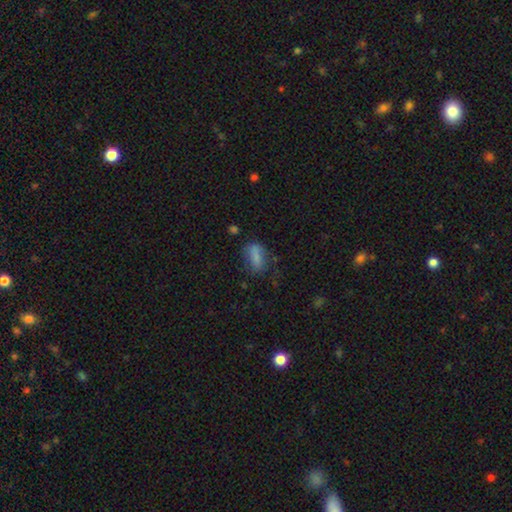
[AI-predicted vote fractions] A smooth galaxy with no disk features (76%) that is in between round and cigar-shaped (75%).

Vote fractions:
- Smooth or featured? smooth: 76% / featured or disk: 14% / star or artifact: 10%
- How rounded? in between: 75% / cigar-shaped: 17% / round: 9%
- Merging? none: 59% / minor disturbance: 24% / major disturbance: 13% / merger: 4%